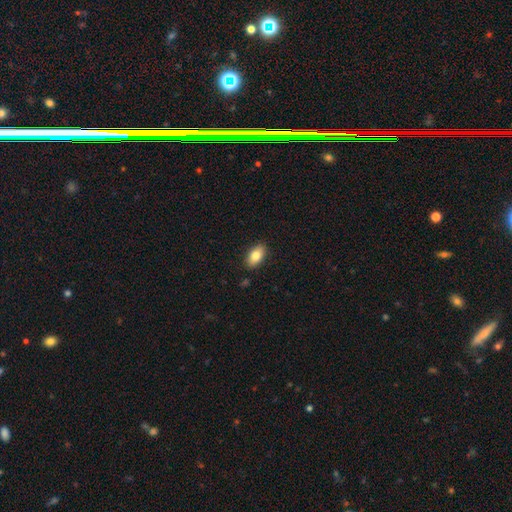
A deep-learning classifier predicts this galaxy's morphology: smooth_or_featured: smooth (p=0.82) [alt: featured or disk p=0.11]
how_rounded: in between (p=0.91) [alt: round p=0.05]
merging: none (p=0.88) [alt: minor disturbance p=0.09]